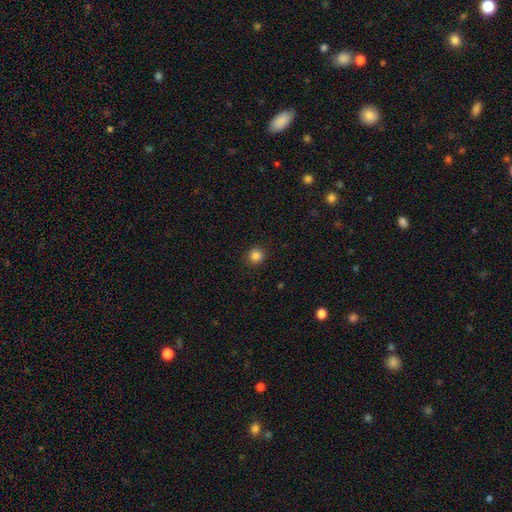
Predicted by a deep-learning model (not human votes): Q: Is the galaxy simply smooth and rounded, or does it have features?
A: smooth — 85%.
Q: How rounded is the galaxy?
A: round — 93%.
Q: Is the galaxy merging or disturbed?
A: none — 91%.